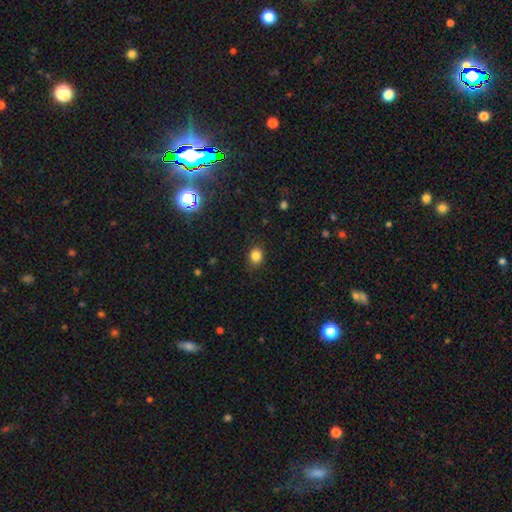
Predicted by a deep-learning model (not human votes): Q: Smooth or featured?
A: smooth (83%); runner-up: star or artifact (12%)
Q: How rounded?
A: round (67%); runner-up: in between (32%)
Q: Merging?
A: none (86%); runner-up: minor disturbance (10%)